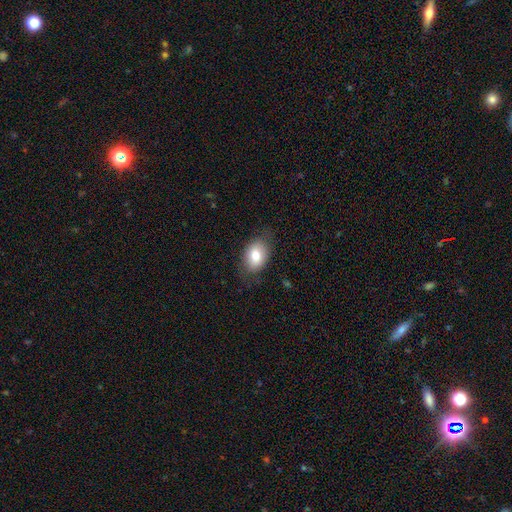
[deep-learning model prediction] This is likely a smooth galaxy (78%). How rounded: likely in between (79%). Merging: likely none (76%).